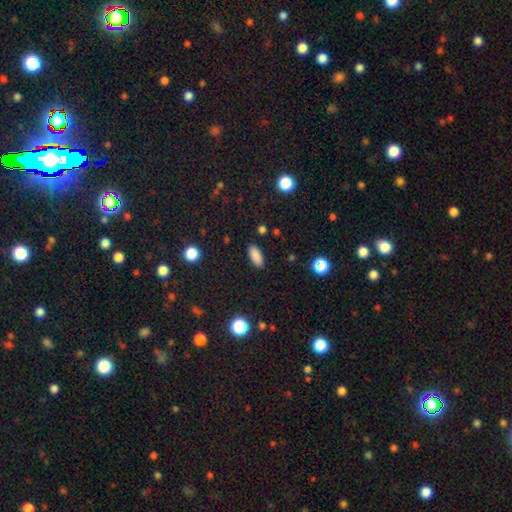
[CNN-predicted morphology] A smooth galaxy with no disk features (87%) that is in between round and cigar-shaped (81%). Merging: none (89%).